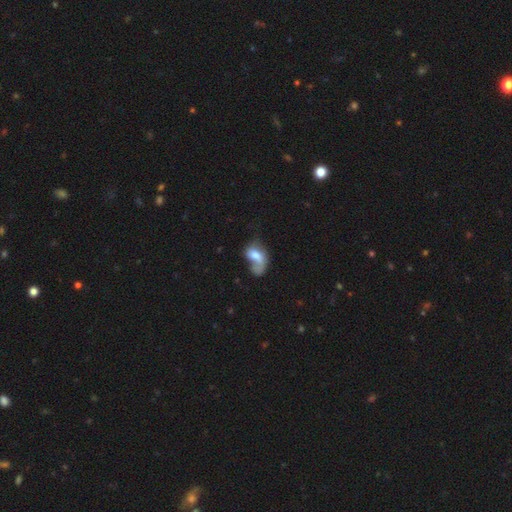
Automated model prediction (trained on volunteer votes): Q: Smooth or featured?
A: smooth (57%); runner-up: featured or disk (34%)
Q: How rounded?
A: in between (85%); runner-up: round (12%)
Q: Merging?
A: major disturbance (39%); runner-up: merger (22%)